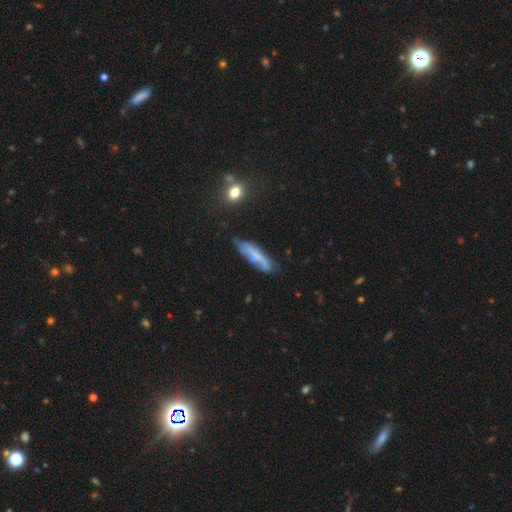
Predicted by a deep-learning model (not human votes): smooth 48%, featured or disk 43%, star or artifact 9%. Down the decision tree: merging — none (57%).